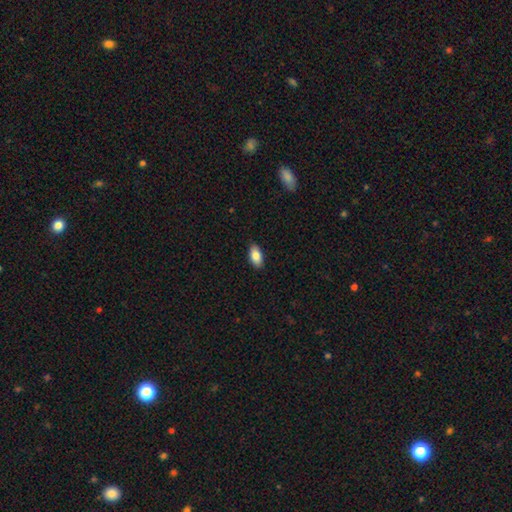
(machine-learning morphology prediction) Smooth or featured? Predicted: smooth (p=0.85). How rounded? Predicted: in between (p=0.92). Merging? Predicted: none (p=0.88).